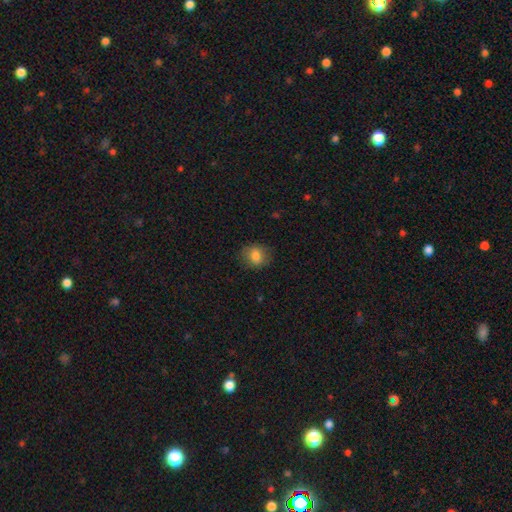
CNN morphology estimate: type=smooth (77%); roundness=round (57%); merging=none (81%).